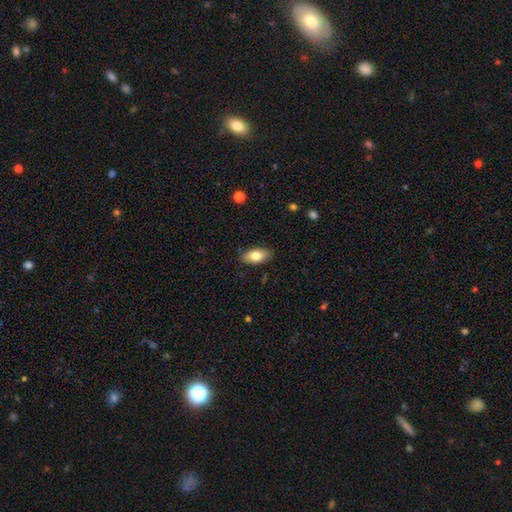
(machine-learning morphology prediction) Q: Smooth or featured?
A: smooth (79%); runner-up: featured or disk (14%)
Q: How rounded?
A: in between (90%); runner-up: cigar-shaped (6%)
Q: Merging?
A: none (87%); runner-up: minor disturbance (10%)